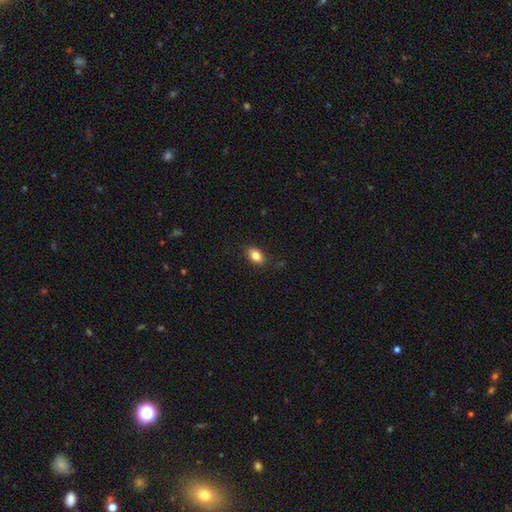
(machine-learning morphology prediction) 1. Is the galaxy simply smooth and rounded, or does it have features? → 84% smooth, 9% star or artifact, 7% featured or disk.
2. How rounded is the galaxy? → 84% in between, 15% round, 2% cigar-shaped.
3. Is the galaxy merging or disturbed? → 87% none, 10% minor disturbance, 2% major disturbance, 1% merger.